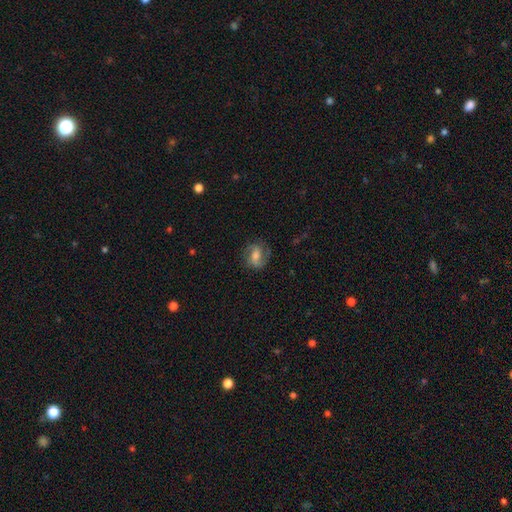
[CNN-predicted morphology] smooth-or-featured: featured or disk: 60% | smooth: 31% | star or artifact: 9%
  disk-edge-on: no: 96% | yes: 4%
    bar: weak: 44% | no: 30% | strong: 26%
    has-spiral-arms: yes: 88% | no: 12%
      spiral-winding: medium: 46% | loose: 29% | tight: 25%
      spiral-arm-count: 2: 77% | 1: 10% | can't tell: 9% | 3: 2% | 4: 1% | more than 4: 1%
    bulge-size: moderate: 52% | small: 27% | large: 13% | none: 6% | dominant: 2%
  merging: none: 73% | minor disturbance: 17% | major disturbance: 9% | merger: 1%